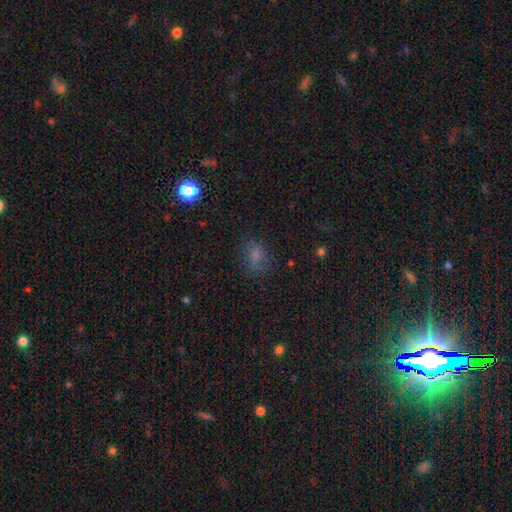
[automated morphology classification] smooth_or_featured: smooth (p=0.62) [alt: star or artifact p=0.21]
how_rounded: in between (p=0.56) [alt: round p=0.42]
merging: none (p=0.66) [alt: minor disturbance p=0.20]